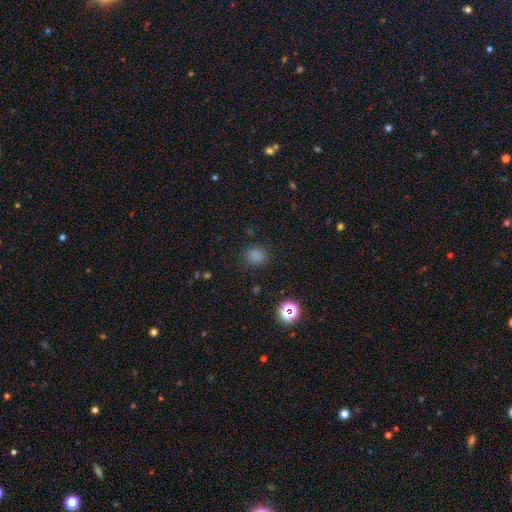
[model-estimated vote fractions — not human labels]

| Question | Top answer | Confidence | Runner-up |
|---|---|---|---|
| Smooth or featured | smooth | 77% | star or artifact (19%) |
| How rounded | round | 80% | in between (19%) |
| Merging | none | 83% | minor disturbance (11%) |